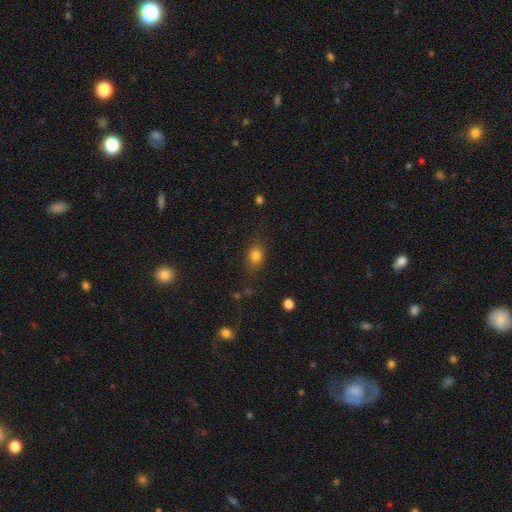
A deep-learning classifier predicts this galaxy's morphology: A smooth galaxy with no disk features (80%) that is in between round and cigar-shaped (62%). Merging: none (77%).